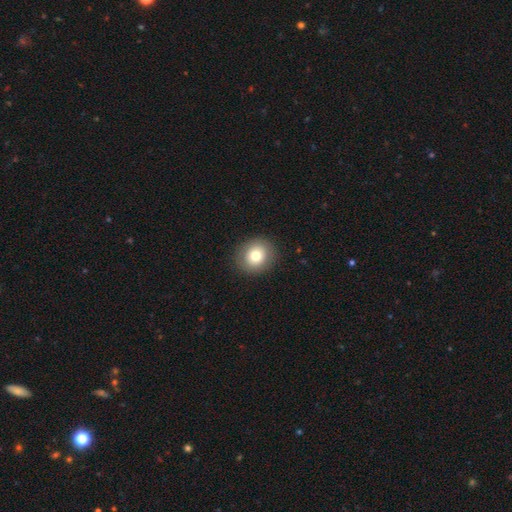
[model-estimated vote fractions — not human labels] Smooth or featured? Predicted: smooth (p=0.76). How rounded? Predicted: round (p=0.79). Merging? Predicted: none (p=0.89).